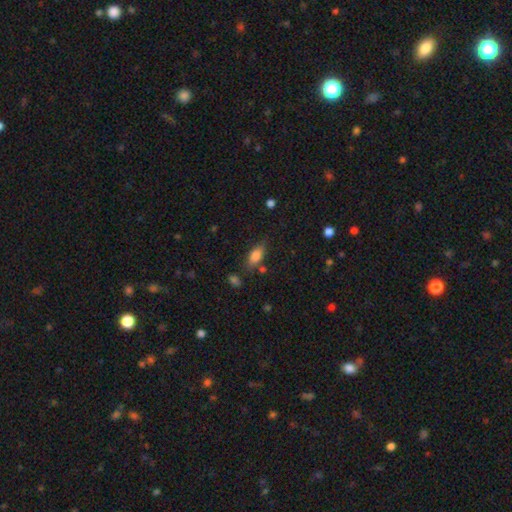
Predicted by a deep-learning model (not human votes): smooth-or-featured: smooth: 80% | featured or disk: 12% | star or artifact: 8%
  how-rounded: in between: 84% | cigar-shaped: 12% | round: 4%
  merging: none: 69% | minor disturbance: 20% | merger: 6% | major disturbance: 6%